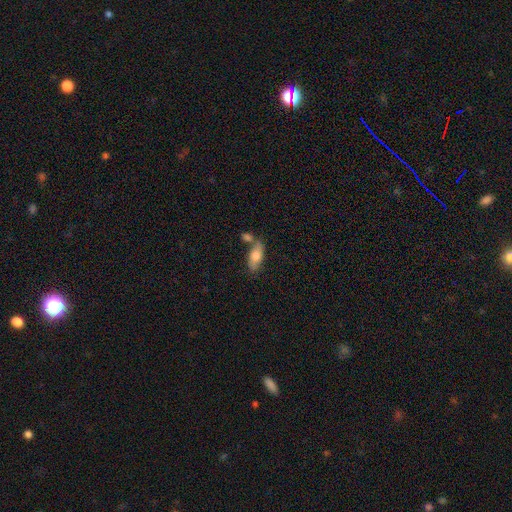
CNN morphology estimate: smooth-or-featured: smooth: 69% | featured or disk: 25% | star or artifact: 6%
  how-rounded: in between: 80% | cigar-shaped: 17% | round: 3%
  merging: none: 56% | merger: 23% | minor disturbance: 15% | major disturbance: 5%